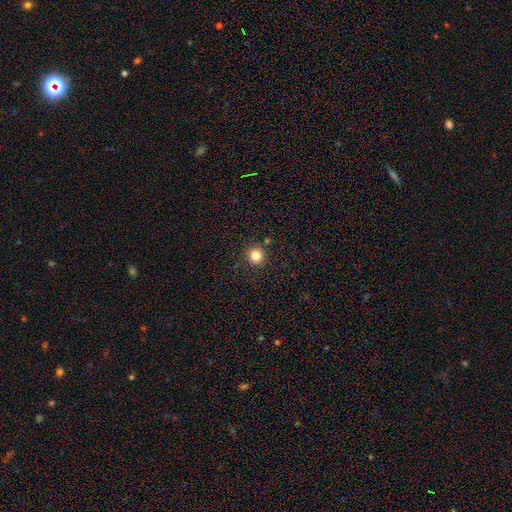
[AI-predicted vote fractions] A smooth galaxy with no disk features (83%) that is round (95%).

Vote fractions:
- Smooth or featured? smooth: 83% / star or artifact: 12% / featured or disk: 5%
- How rounded? round: 95% / in between: 4% / cigar-shaped: 1%
- Merging? none: 88% / minor disturbance: 6% / merger: 3% / major disturbance: 2%